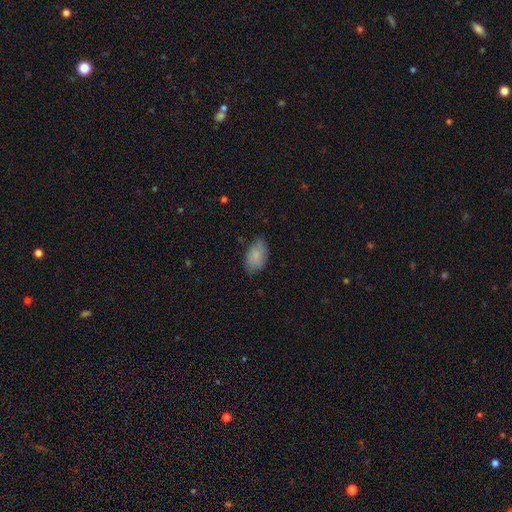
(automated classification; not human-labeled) Overall: smooth (80%). How rounded: in between (93%). Merging: none (69%).